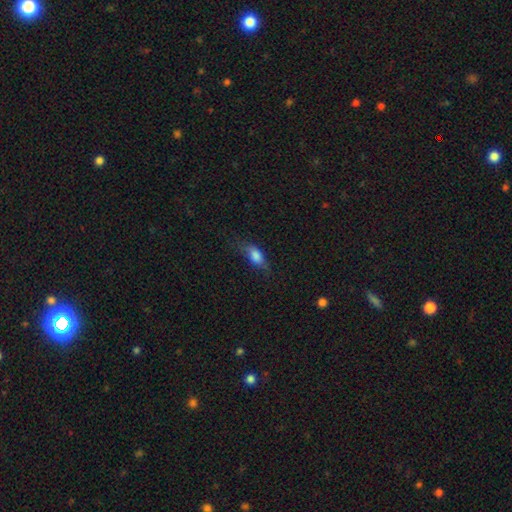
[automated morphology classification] This appears to be a smooth galaxy with no disk features (77%) that is in between round and cigar-shaped (80%). Merging: none (55%).